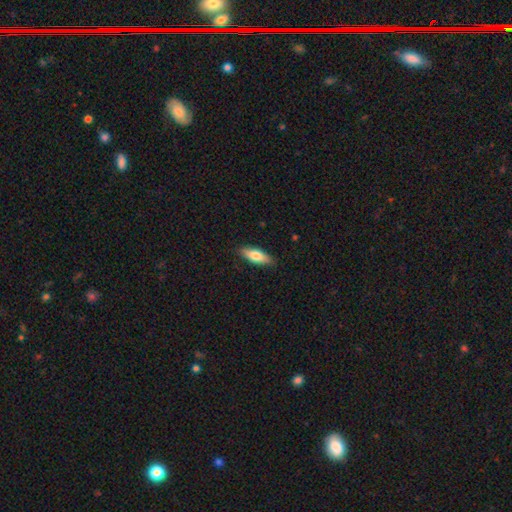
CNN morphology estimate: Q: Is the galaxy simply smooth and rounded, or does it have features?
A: smooth — 74%.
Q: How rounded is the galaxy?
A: in between — 65%.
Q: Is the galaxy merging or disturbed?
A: none — 86%.